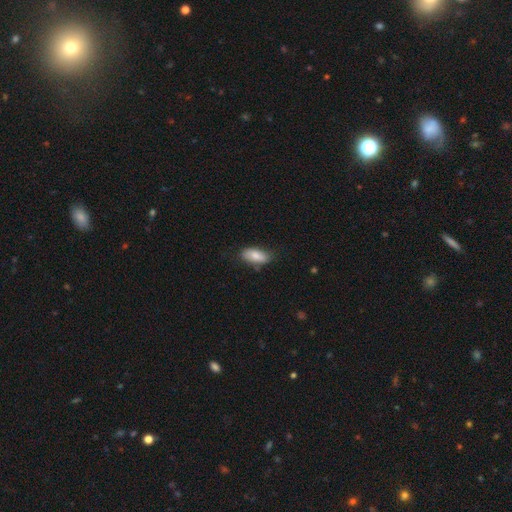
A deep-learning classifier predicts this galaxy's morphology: Smooth or featured?
  - smooth: 82% *
  - featured or disk: 12%
  - star or artifact: 6%
How rounded?
  - in between: 89% *
  - cigar-shaped: 9%
  - round: 2%
Merging?
  - none: 74% *
  - minor disturbance: 21%
  - major disturbance: 4%
  - merger: 2%